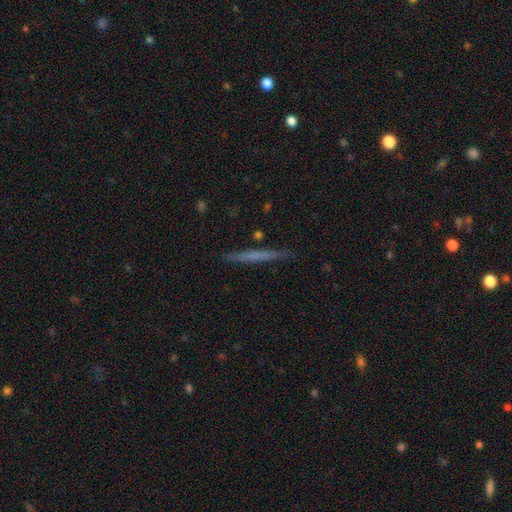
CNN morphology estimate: smooth-or-featured: smooth: 49% | featured or disk: 45% | star or artifact: 6%
  merging: none: 89% | minor disturbance: 8% | major disturbance: 2% | merger: 1%